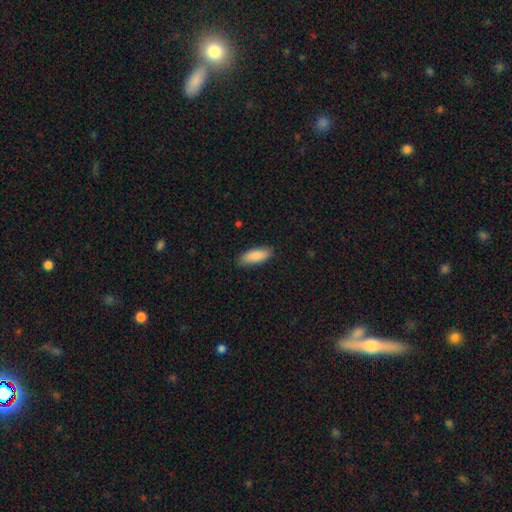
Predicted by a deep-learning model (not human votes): A smooth galaxy with no disk features (89%) that is in between round and cigar-shaped (78%). Merging: none (87%).